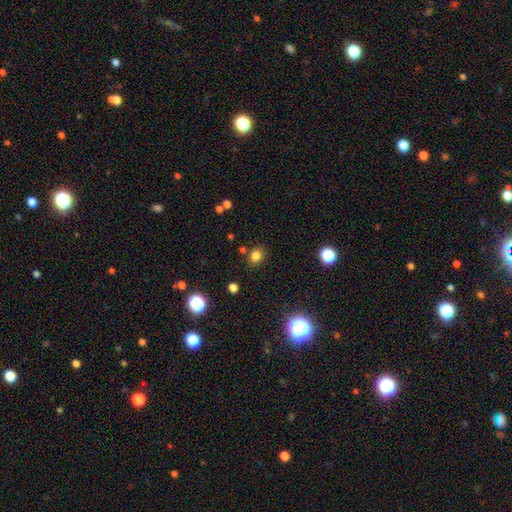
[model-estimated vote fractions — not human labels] Morphology: type=smooth (80%); roundness=round (67%); merging=none (83%).